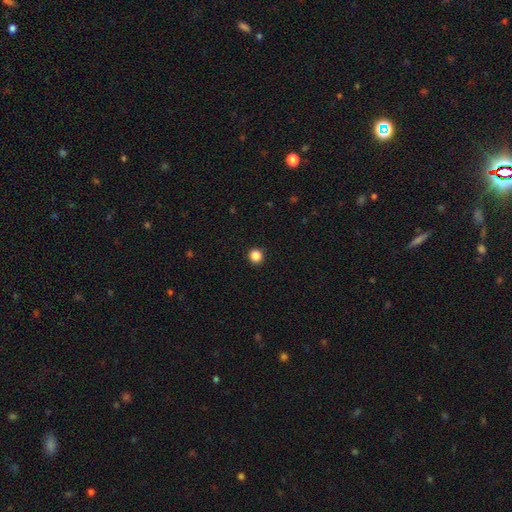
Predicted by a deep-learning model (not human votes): smooth 86%, star or artifact 11%, featured or disk 3%. Down the decision tree: how rounded — round (92%); merging — none (93%).